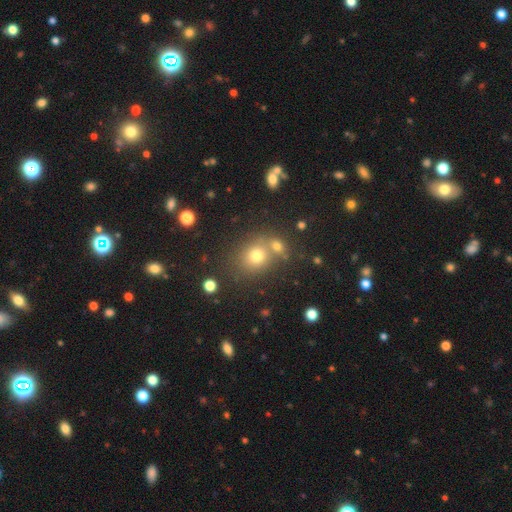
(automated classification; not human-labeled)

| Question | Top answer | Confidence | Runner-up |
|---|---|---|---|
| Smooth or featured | smooth | 70% | star or artifact (20%) |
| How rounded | round | 72% | in between (27%) |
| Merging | none | 59% | merger (28%) |